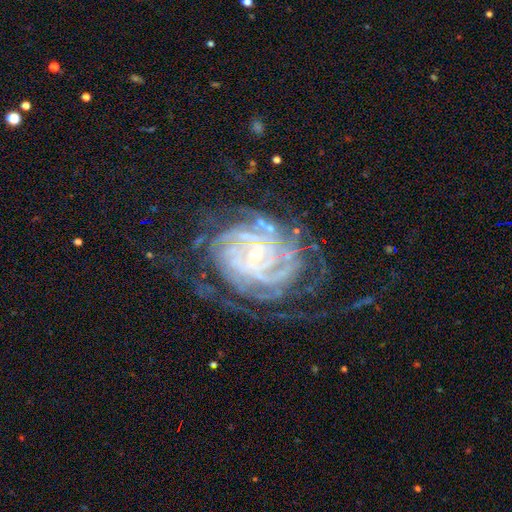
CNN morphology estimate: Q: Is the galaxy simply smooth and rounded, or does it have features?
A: featured or disk — 90%.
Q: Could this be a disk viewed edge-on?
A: no — 97%.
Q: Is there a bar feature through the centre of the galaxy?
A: no — 66%.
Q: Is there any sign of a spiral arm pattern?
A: yes — 97%.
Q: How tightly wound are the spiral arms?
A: tight — 76%.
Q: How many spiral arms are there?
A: can't tell — 26%.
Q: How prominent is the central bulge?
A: small — 73%.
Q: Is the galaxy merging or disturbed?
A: none — 61%.